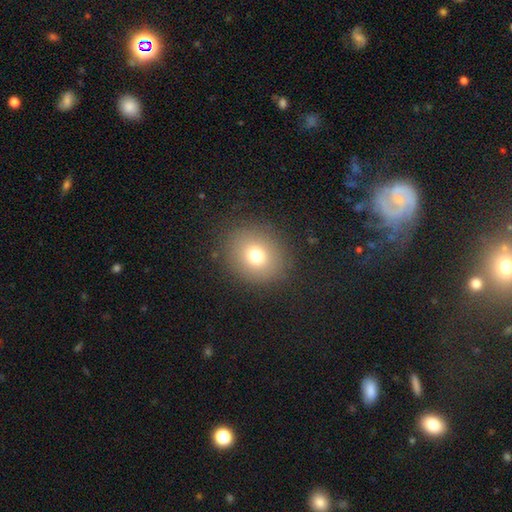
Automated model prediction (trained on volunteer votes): A smooth galaxy with no disk features (73%) that is round (79%).

Vote fractions:
- Smooth or featured? smooth: 73% / star or artifact: 15% / featured or disk: 12%
- How rounded? round: 79% / in between: 20% / cigar-shaped: 1%
- Merging? none: 87% / minor disturbance: 8% / major disturbance: 4% / merger: 1%